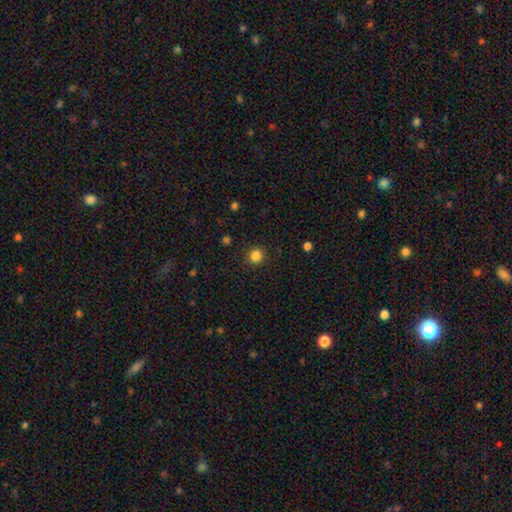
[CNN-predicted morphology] A smooth galaxy with no disk features (84%) that is round (92%). Merging: none (91%).